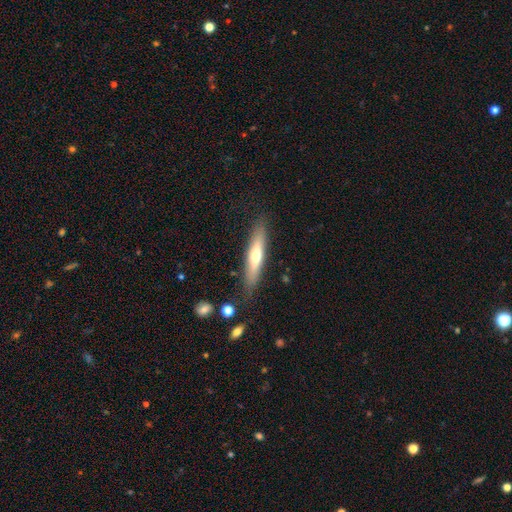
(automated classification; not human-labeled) smooth_or_featured: smooth (p=0.51) [alt: featured or disk p=0.43]
how_rounded: cigar-shaped (p=0.84) [alt: in between p=0.14]
merging: none (p=0.84) [alt: minor disturbance p=0.11]